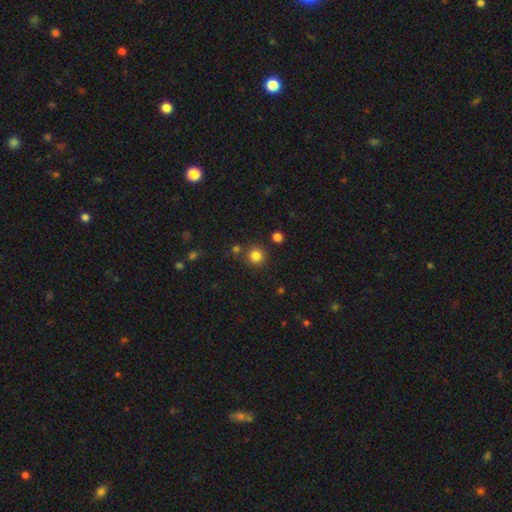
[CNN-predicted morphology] Smooth or featured?
  - smooth: 82% *
  - star or artifact: 13%
  - featured or disk: 5%
How rounded?
  - round: 93% *
  - in between: 6%
  - cigar-shaped: 1%
Merging?
  - none: 80% *
  - minor disturbance: 8%
  - merger: 8%
  - major disturbance: 3%